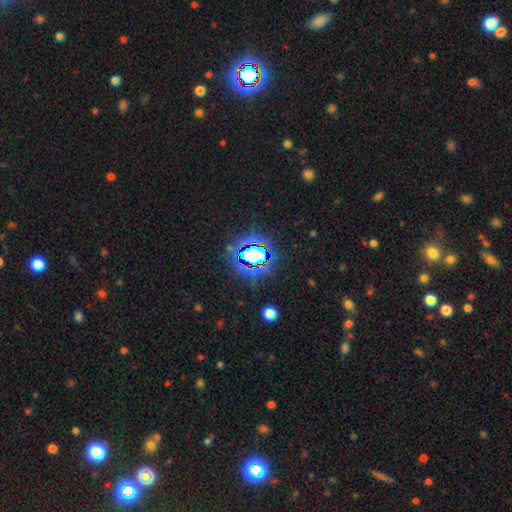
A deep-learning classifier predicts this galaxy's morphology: Q: Smooth or featured?
A: star or artifact (73%); runner-up: smooth (14%)